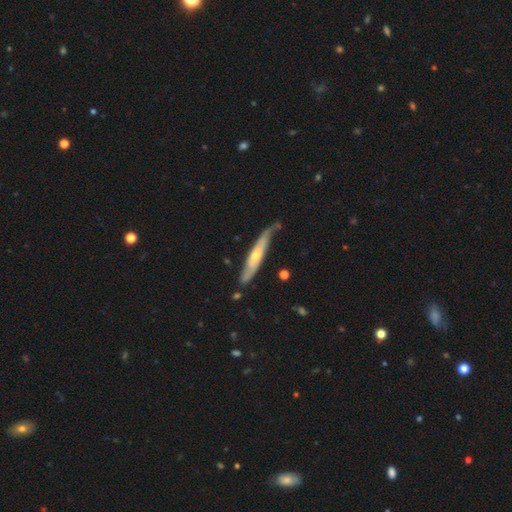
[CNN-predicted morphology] smooth-or-featured: featured or disk: 64% | smooth: 31% | star or artifact: 5%
  disk-edge-on: yes: 70% | no: 30%
  merging: none: 62% | minor disturbance: 27% | major disturbance: 7% | merger: 4%